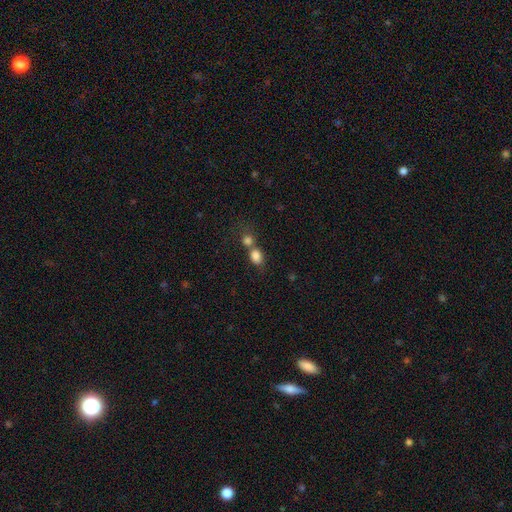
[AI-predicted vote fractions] Overall: smooth (82%). How rounded: in between (61%; round 38%). Merging: merger (51%; none 34%).